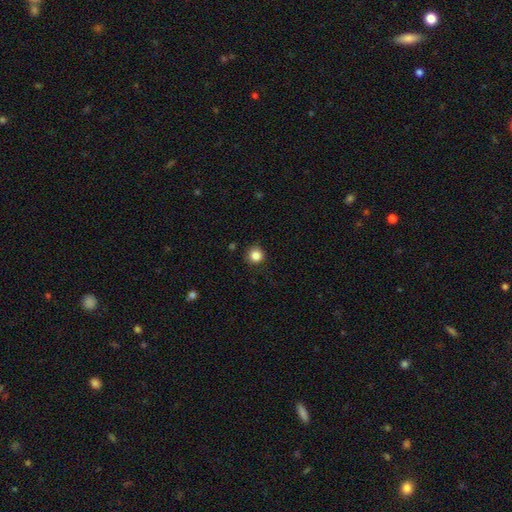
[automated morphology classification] Smooth or featured?
  - smooth: 85% *
  - star or artifact: 11%
  - featured or disk: 4%
How rounded?
  - round: 94% *
  - in between: 5%
  - cigar-shaped: 1%
Merging?
  - none: 88% *
  - minor disturbance: 8%
  - major disturbance: 2%
  - merger: 1%